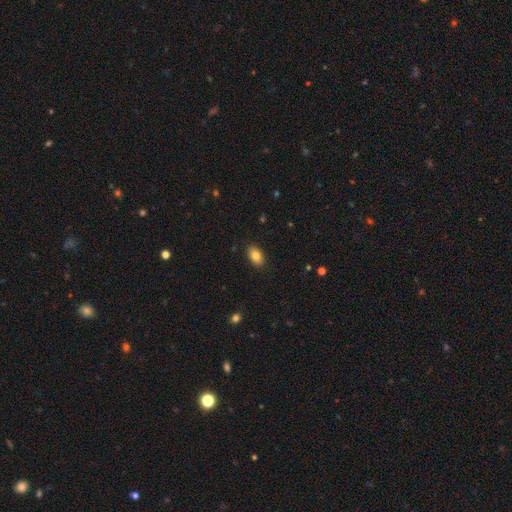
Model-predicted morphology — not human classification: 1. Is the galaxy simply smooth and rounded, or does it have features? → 82% smooth, 10% featured or disk, 8% star or artifact.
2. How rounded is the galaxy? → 90% in between, 8% round, 2% cigar-shaped.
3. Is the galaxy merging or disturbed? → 89% none, 8% minor disturbance, 2% major disturbance, 1% merger.